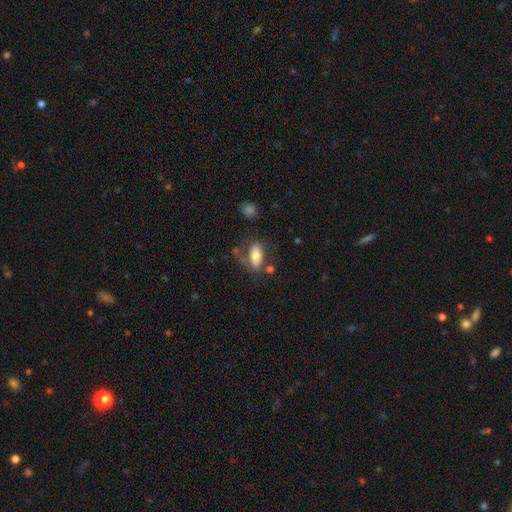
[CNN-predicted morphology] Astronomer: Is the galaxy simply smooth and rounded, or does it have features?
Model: smooth — 72%.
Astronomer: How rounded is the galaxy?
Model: in between — 88%.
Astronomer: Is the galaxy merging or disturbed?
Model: none — 50%.